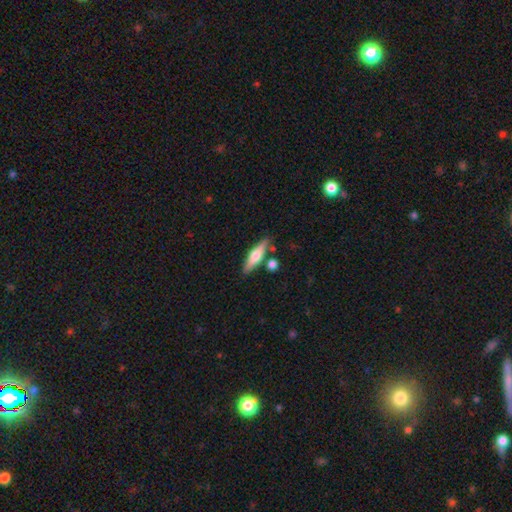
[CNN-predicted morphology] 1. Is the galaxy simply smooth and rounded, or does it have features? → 48% smooth, 46% featured or disk, 6% star or artifact.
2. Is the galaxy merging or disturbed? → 79% none, 11% minor disturbance, 8% merger, 2% major disturbance.